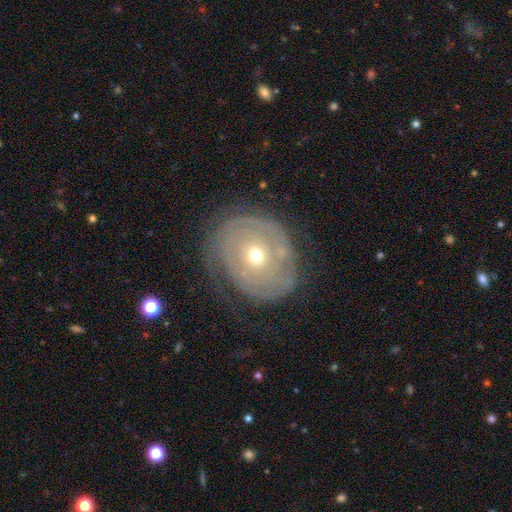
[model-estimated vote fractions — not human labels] The model was most divided on "bulge size": moderate: 49%, small: 48%, large: 2%, dominant: 1%, none: 1%. Remaining: edge-on disk — no (96%); bar — no (84%); spiral winding — tight (75%); spiral arms — yes (75%); smooth or featured — featured or disk (75%); merging — none (63%); spiral arm count — can't tell (42%).